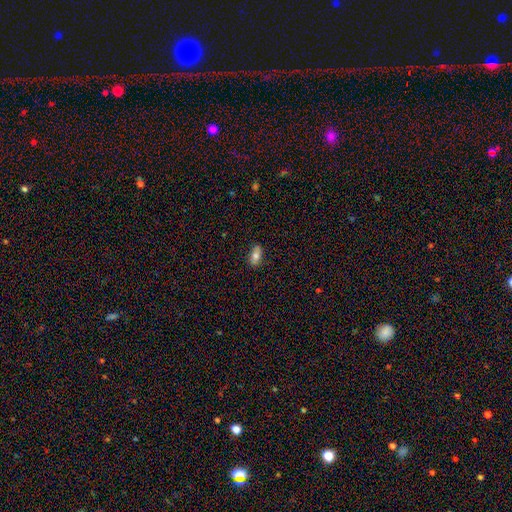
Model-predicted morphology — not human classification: Smooth or featured: smooth — 76% (featured or disk — 17%)
How rounded: in between — 87% (cigar-shaped — 9%)
Merging: none — 84% (minor disturbance — 13%)